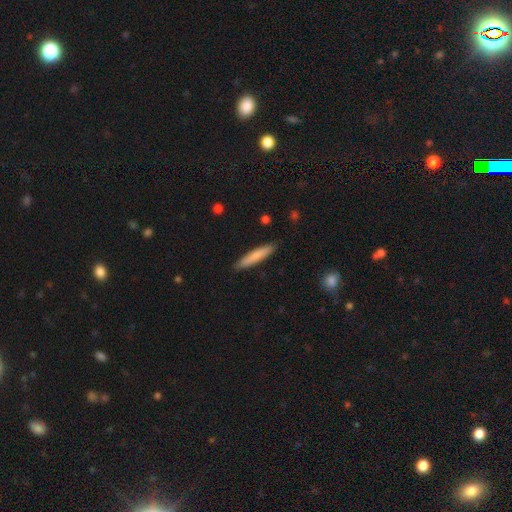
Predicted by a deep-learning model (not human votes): Q: Smooth or featured?
A: smooth (77%); runner-up: featured or disk (17%)
Q: How rounded?
A: cigar-shaped (91%); runner-up: in between (8%)
Q: Merging?
A: none (89%); runner-up: minor disturbance (8%)